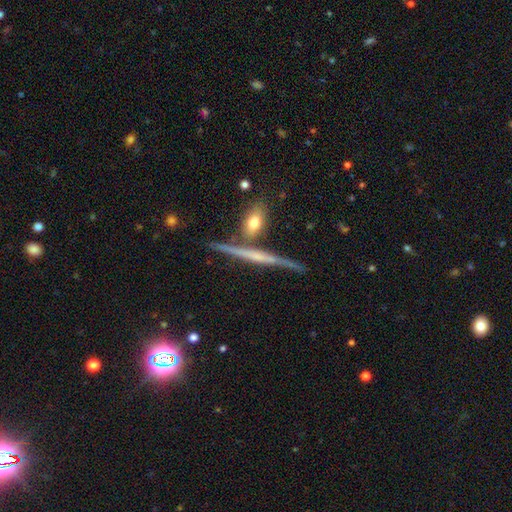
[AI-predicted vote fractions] Q: Smooth or featured?
A: featured or disk (70%); runner-up: smooth (22%)
Q: Edge-on disk?
A: yes (95%); runner-up: no (5%)
Q: Edge-on bulge?
A: none (57%); runner-up: rounded (27%)
Q: Merging?
A: none (75%); runner-up: minor disturbance (12%)